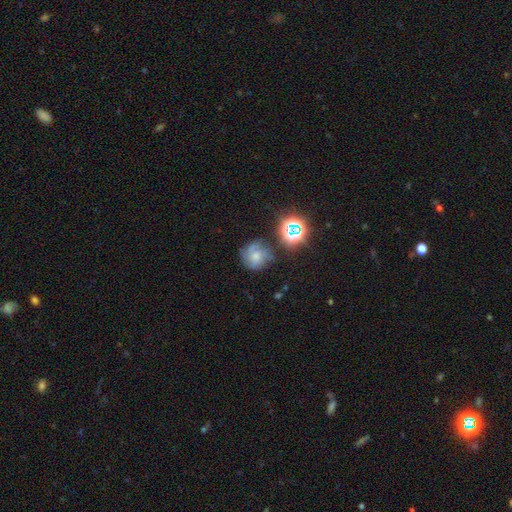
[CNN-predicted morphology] Q: Smooth or featured?
A: smooth (44%); runner-up: featured or disk (37%)
Q: Merging?
A: none (55%); runner-up: minor disturbance (23%)